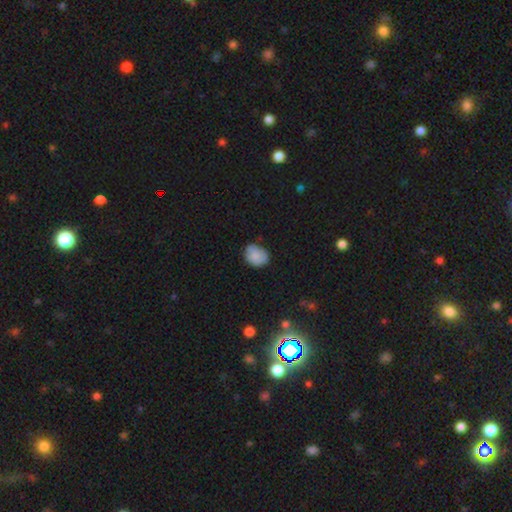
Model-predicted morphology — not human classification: Q: Smooth or featured?
A: smooth (81%); runner-up: featured or disk (11%)
Q: How rounded?
A: in between (50%); runner-up: round (49%)
Q: Merging?
A: none (65%); runner-up: minor disturbance (28%)